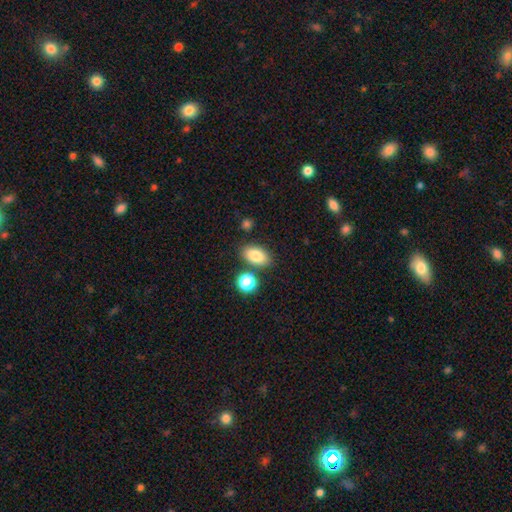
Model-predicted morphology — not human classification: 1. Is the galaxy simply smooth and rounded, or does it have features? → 83% smooth, 9% star or artifact, 8% featured or disk.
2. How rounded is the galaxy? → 89% in between, 9% round, 2% cigar-shaped.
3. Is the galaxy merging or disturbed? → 79% none, 10% minor disturbance, 8% merger, 3% major disturbance.